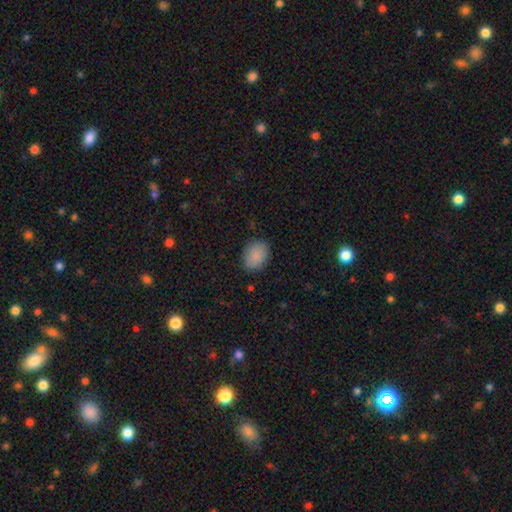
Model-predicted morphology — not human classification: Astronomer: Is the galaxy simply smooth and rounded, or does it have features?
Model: smooth — 87%.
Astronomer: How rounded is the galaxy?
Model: in between — 67%.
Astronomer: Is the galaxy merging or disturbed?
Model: none — 84%.